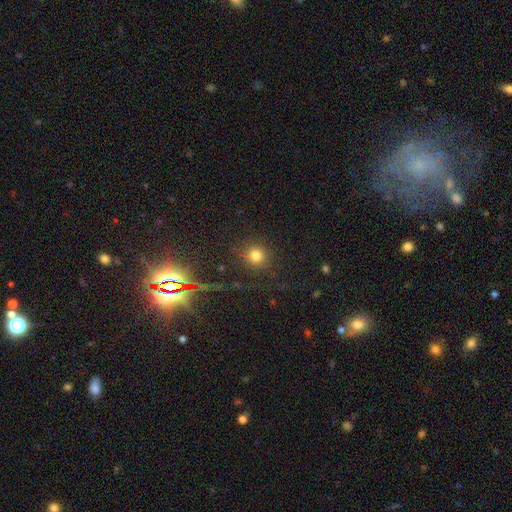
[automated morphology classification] A smooth galaxy with no disk features (75%) that is round (92%).

Vote fractions:
- Smooth or featured? smooth: 75% / star or artifact: 18% / featured or disk: 7%
- How rounded? round: 92% / in between: 7% / cigar-shaped: 1%
- Merging? none: 86% / minor disturbance: 8% / major disturbance: 4% / merger: 2%